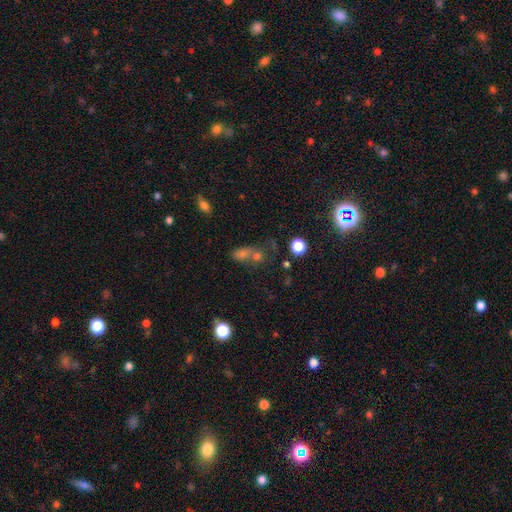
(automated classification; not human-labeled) A smooth galaxy with no disk features (46%). Merging: none (42%, tied with merger).